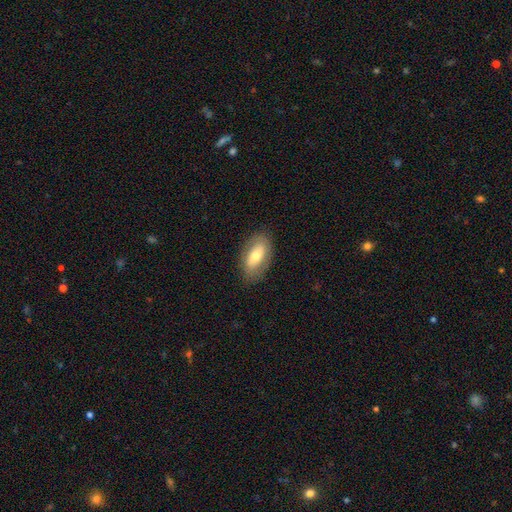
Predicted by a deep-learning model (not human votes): Overall: smooth (60%; featured or disk 33%). How rounded: in between (90%). Merging: none (82%).